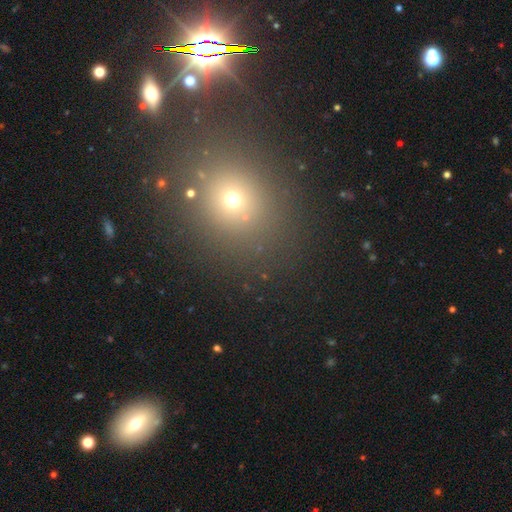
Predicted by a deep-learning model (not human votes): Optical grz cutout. It shows a smooth galaxy with no disk features (46%). Merging: none (85%).